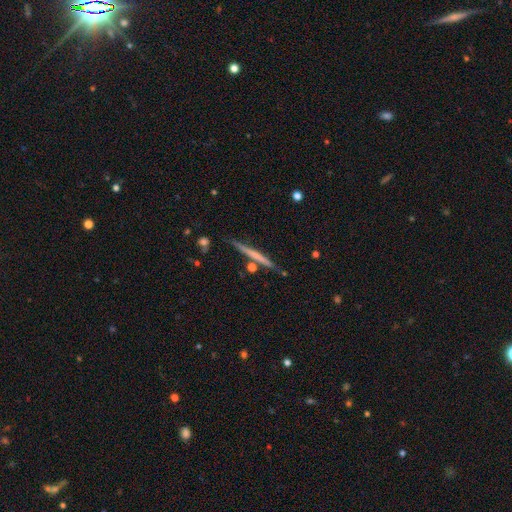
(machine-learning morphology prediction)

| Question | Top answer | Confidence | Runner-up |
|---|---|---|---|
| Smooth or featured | featured or disk | 52% | smooth (42%) |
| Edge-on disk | yes | 97% | no (3%) |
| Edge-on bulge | none | 80% | rounded (14%) |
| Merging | none | 83% | minor disturbance (10%) |